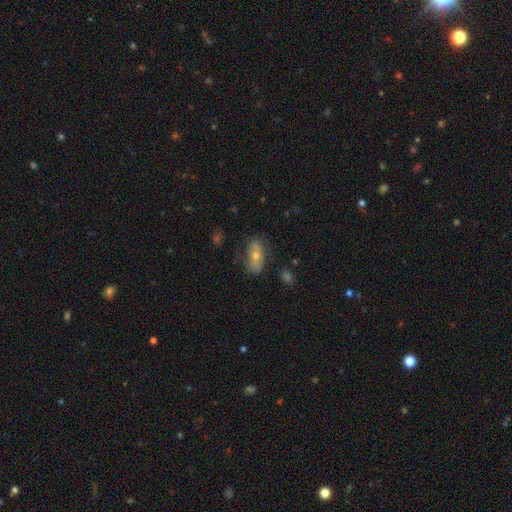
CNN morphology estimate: Smooth or featured? Predicted: smooth (p=0.46). Merging? Predicted: none (p=0.75).